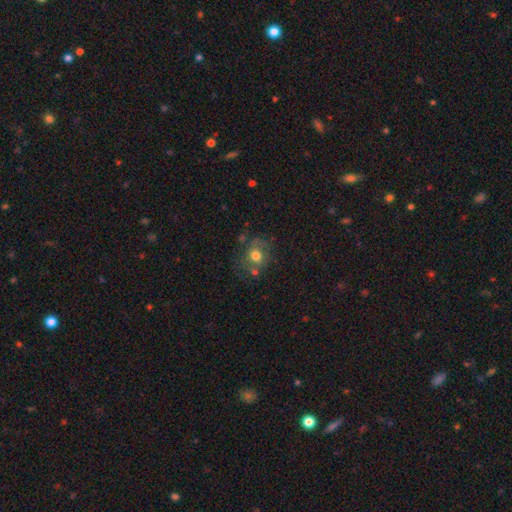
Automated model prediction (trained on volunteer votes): Smooth or featured? smooth (64%)
How rounded? round (67%)
Merging? none (61%)